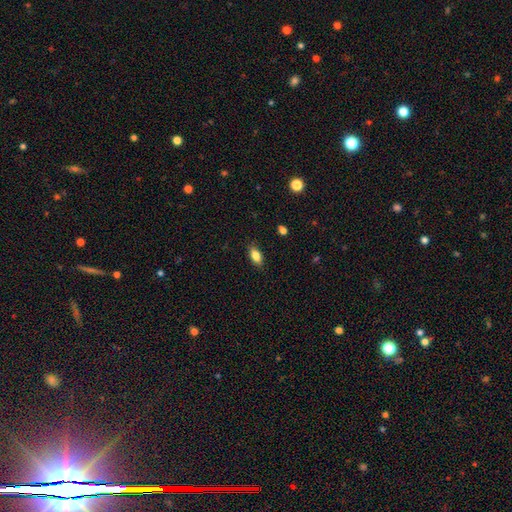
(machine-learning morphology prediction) Smooth or featured?
  - smooth: 83% *
  - featured or disk: 9%
  - star or artifact: 8%
How rounded?
  - in between: 87% *
  - cigar-shaped: 9%
  - round: 5%
Merging?
  - none: 86% *
  - minor disturbance: 10%
  - major disturbance: 2%
  - merger: 1%